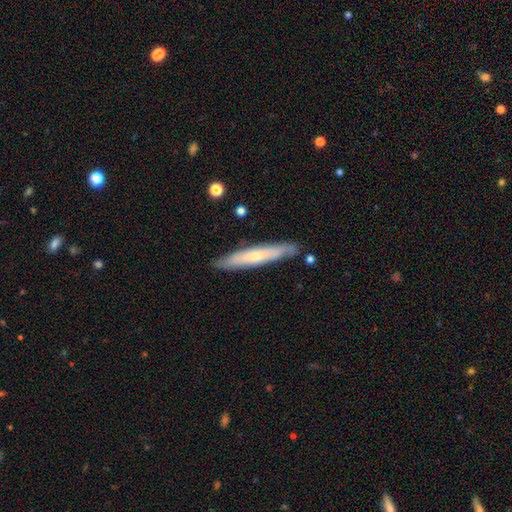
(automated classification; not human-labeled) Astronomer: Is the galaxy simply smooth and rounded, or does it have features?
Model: smooth — 50% (runner-up: featured or disk, 44%).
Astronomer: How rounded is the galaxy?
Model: cigar-shaped — 93%.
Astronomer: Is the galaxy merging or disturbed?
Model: none — 86%.